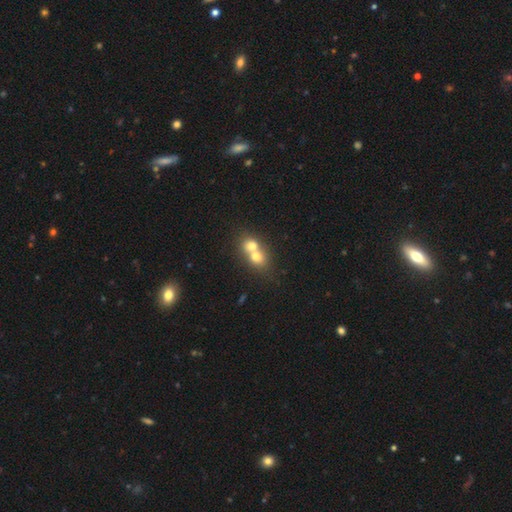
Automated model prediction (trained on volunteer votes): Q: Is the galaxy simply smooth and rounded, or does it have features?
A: smooth — 68%.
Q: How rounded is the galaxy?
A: round — 63%.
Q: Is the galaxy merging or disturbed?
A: merger — 71%.